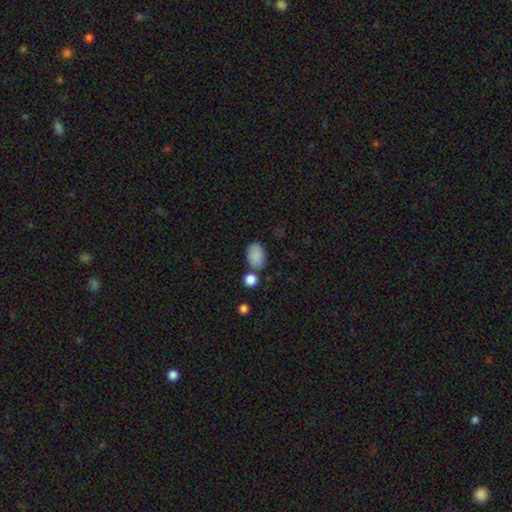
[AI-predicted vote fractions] smooth 86%, star or artifact 8%, featured or disk 6%. Down the decision tree: how rounded — in between (86%); merging — none (61%).